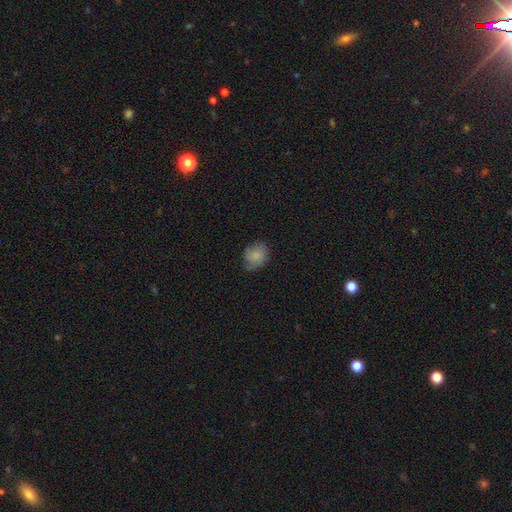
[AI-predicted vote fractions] Q: Smooth or featured?
A: smooth (80%); runner-up: featured or disk (13%)
Q: How rounded?
A: round (53%); runner-up: in between (46%)
Q: Merging?
A: none (62%); runner-up: minor disturbance (30%)